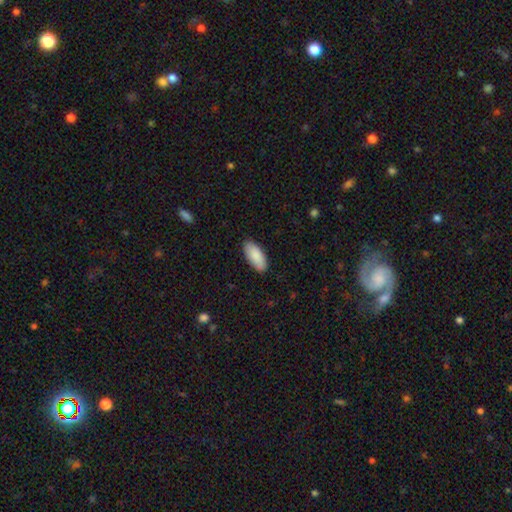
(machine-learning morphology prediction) Smooth or featured?
  - smooth: 89% *
  - star or artifact: 5%
  - featured or disk: 5%
How rounded?
  - in between: 89% *
  - cigar-shaped: 10%
  - round: 1%
Merging?
  - none: 88% *
  - minor disturbance: 9%
  - major disturbance: 2%
  - merger: 1%